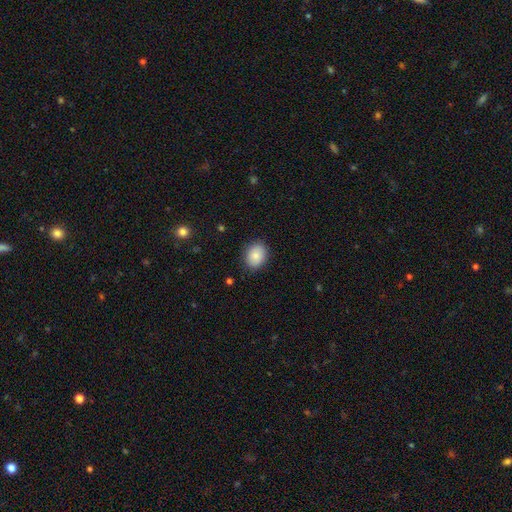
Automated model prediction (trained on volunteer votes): The model was most divided on "how rounded": in between: 57%, round: 42%, cigar-shaped: 1%. More confident: merging — none (86%); smooth or featured — smooth (84%).